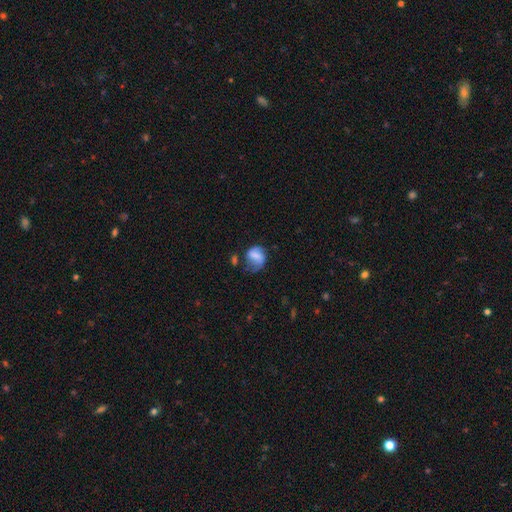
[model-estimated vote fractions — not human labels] smooth-or-featured: smooth: 55% | featured or disk: 36% | star or artifact: 9%
  how-rounded: round: 51% | in between: 47% | cigar-shaped: 1%
  merging: none: 36% | minor disturbance: 31% | major disturbance: 27% | merger: 6%